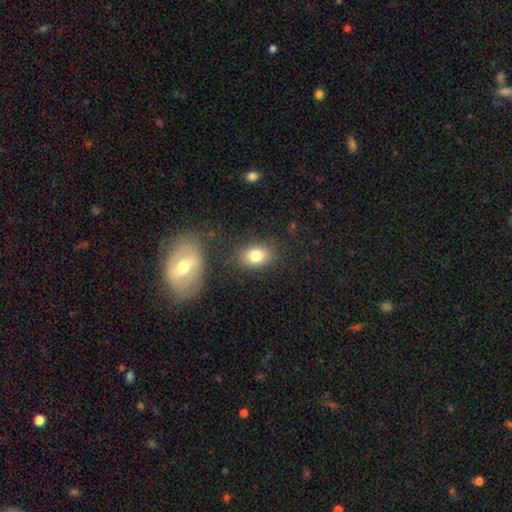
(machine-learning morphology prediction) smooth_or_featured: smooth (p=0.80) [alt: featured or disk p=0.11]
how_rounded: in between (p=0.75) [alt: round p=0.24]
merging: none (p=0.80) [alt: minor disturbance p=0.12]